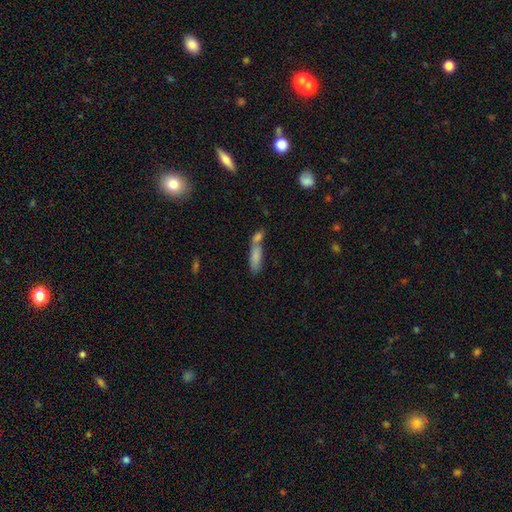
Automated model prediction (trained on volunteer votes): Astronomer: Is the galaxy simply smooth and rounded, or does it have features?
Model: smooth — 78%.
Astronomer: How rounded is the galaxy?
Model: cigar-shaped — 51% (runner-up: in between, 46%).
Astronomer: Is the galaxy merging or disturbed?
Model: merger — 56%.